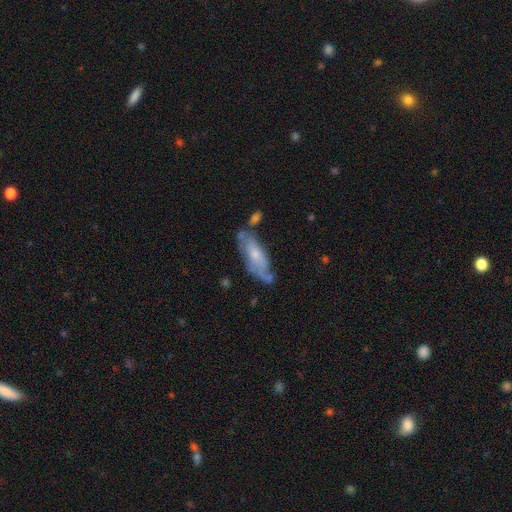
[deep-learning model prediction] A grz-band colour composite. It shows a featured or disk galaxy (54%). Merging: none (50%).